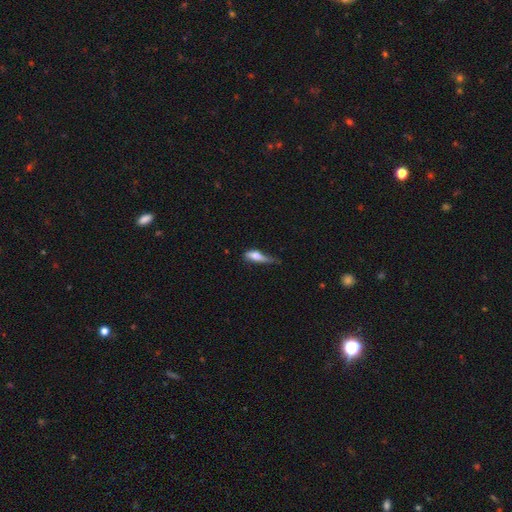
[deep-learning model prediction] Smooth or featured?
  - smooth: 67% *
  - featured or disk: 26%
  - star or artifact: 7%
How rounded?
  - in between: 50% *
  - cigar-shaped: 46%
  - round: 4%
Merging?
  - minor disturbance: 42% *
  - none: 28%
  - major disturbance: 26%
  - merger: 4%